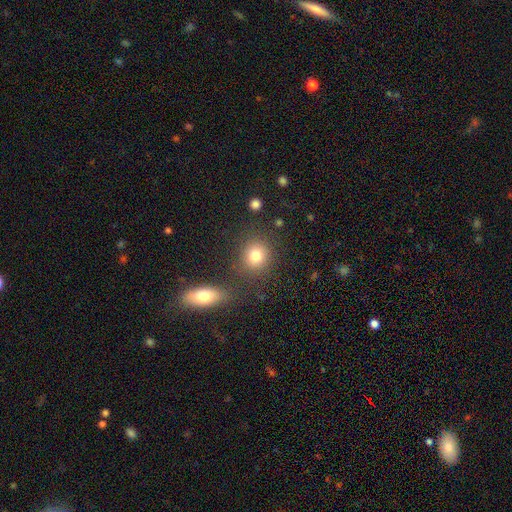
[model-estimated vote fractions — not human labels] smooth-or-featured: smooth: 81% | star or artifact: 12% | featured or disk: 7%
  how-rounded: round: 81% | in between: 18% | cigar-shaped: 1%
  merging: none: 78% | merger: 9% | minor disturbance: 9% | major disturbance: 4%